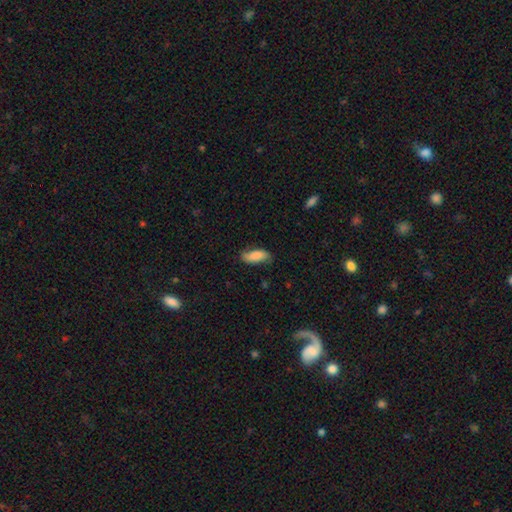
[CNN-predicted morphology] Smooth or featured: smooth — 80% (featured or disk — 13%)
How rounded: in between — 81% (cigar-shaped — 16%)
Merging: none — 71% (minor disturbance — 22%)